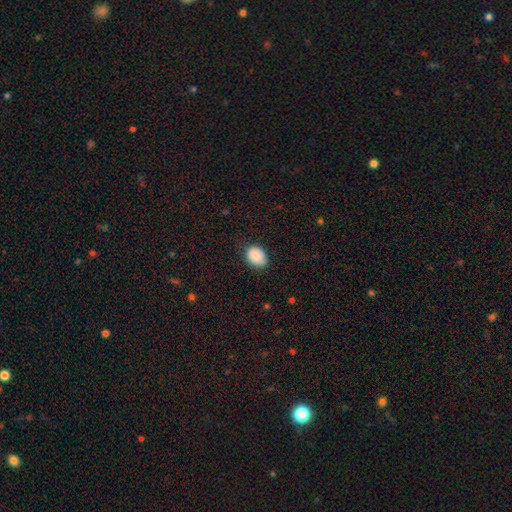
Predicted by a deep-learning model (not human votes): Smooth or featured? Predicted: smooth (p=0.88). How rounded? Predicted: in between (p=0.73). Merging? Predicted: none (p=0.75).